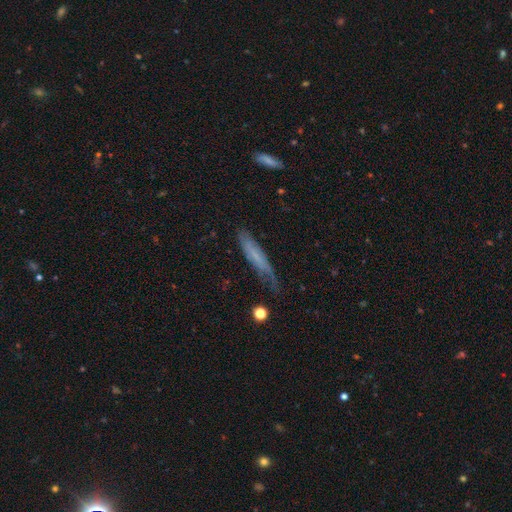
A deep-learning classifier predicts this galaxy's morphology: Smooth or featured: smooth — 48% (featured or disk — 44%)
Merging: none — 53% (minor disturbance — 30%)